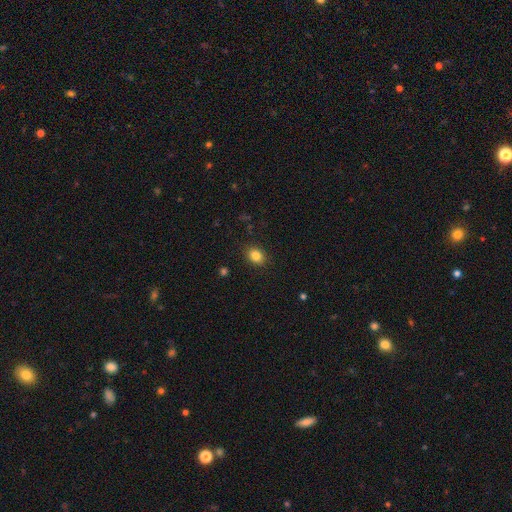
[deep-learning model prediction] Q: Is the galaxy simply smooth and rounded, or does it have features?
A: smooth — 84%.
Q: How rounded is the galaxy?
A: in between — 54%.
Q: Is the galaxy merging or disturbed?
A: none — 88%.